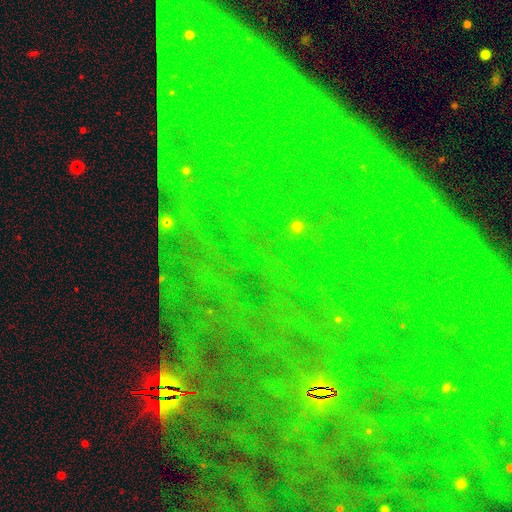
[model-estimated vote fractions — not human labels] The model was most divided on "smooth or featured": star or artifact: 85%, featured or disk: 8%, smooth: 7%.